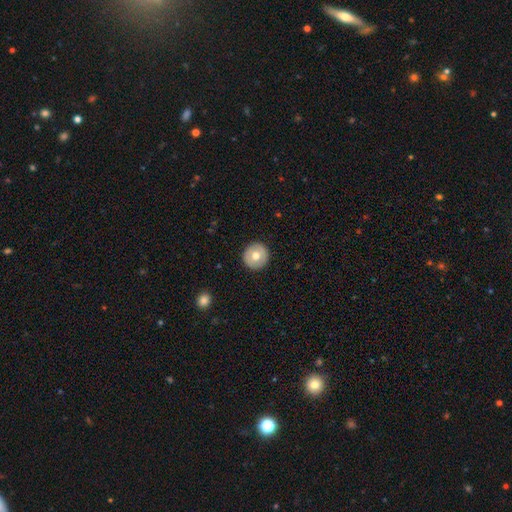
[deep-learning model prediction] smooth-or-featured: smooth: 70% | featured or disk: 23% | star or artifact: 7%
  how-rounded: round: 96% | in between: 3% | cigar-shaped: 1%
  merging: none: 92% | minor disturbance: 5% | major disturbance: 2% | merger: 1%